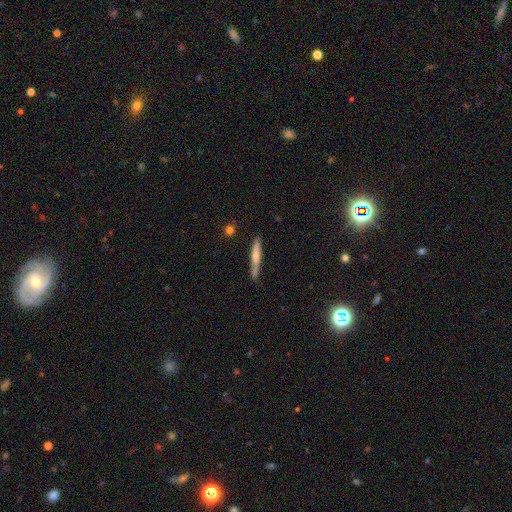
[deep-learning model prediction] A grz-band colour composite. It shows a smooth galaxy with no disk features (58%) that is cigar-shaped (94%). Merging: none (77%).